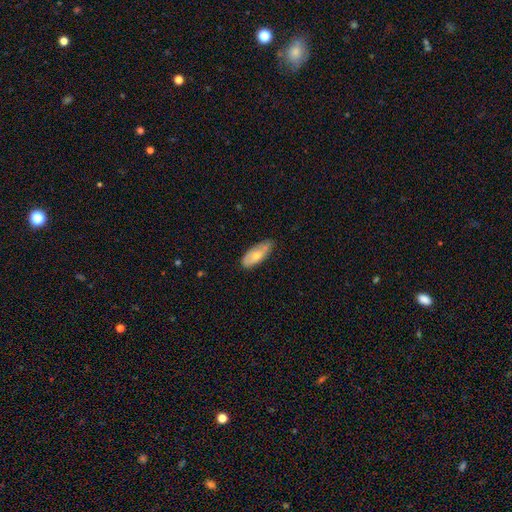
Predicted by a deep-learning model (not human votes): smooth_or_featured: smooth (p=0.60) [alt: featured or disk p=0.34]
how_rounded: in between (p=0.83) [alt: cigar-shaped p=0.14]
merging: none (p=0.71) [alt: minor disturbance p=0.24]